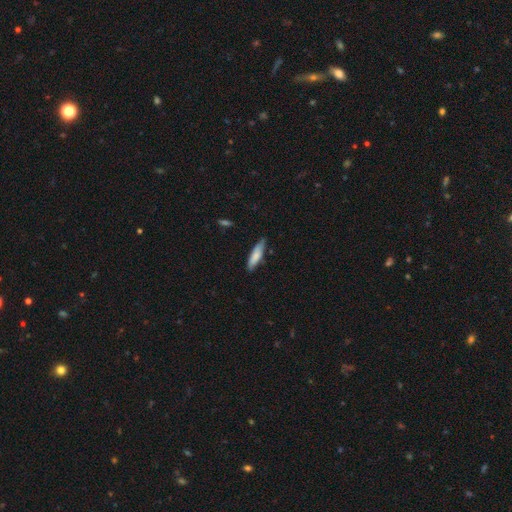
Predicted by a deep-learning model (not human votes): A smooth galaxy with no disk features (77%) that is cigar-shaped (71%). Merging: none (76%).